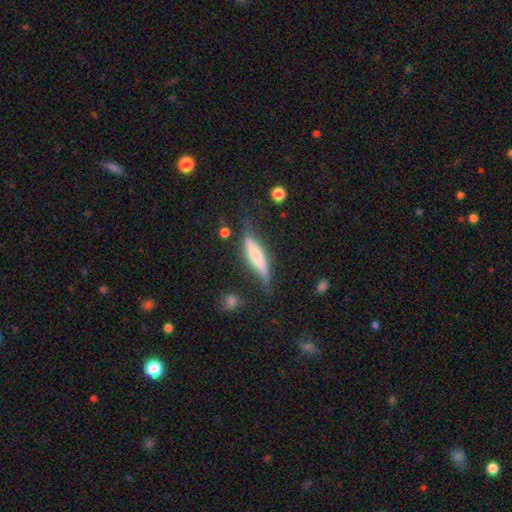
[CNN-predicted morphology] Smooth or featured: smooth — 50% (featured or disk — 45%)
Merging: none — 58% (minor disturbance — 27%)